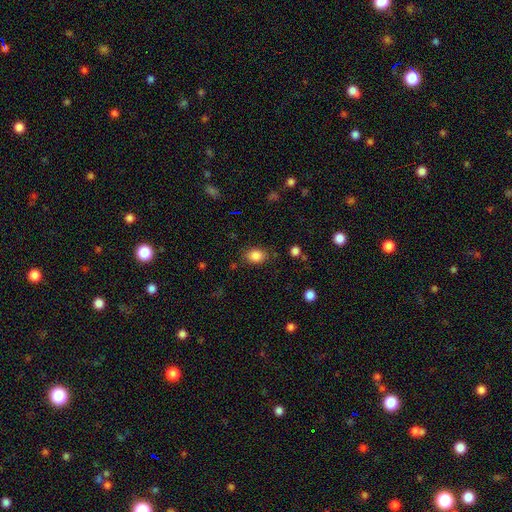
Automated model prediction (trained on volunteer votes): Smooth or featured? smooth (86%)
How rounded? in between (64%)
Merging? none (81%)